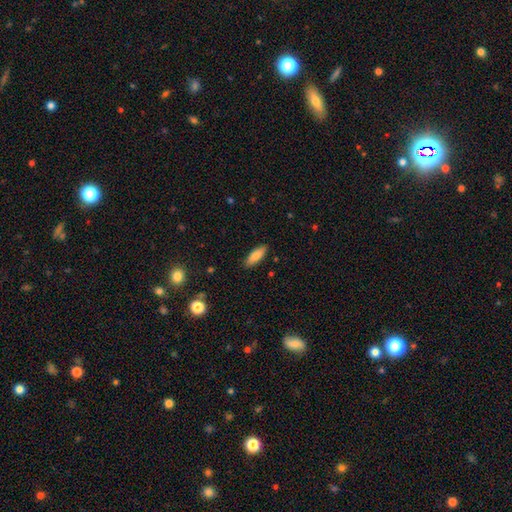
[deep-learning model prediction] A smooth galaxy with no disk features (82%) that is in between round and cigar-shaped (59%). Merging: none (88%).